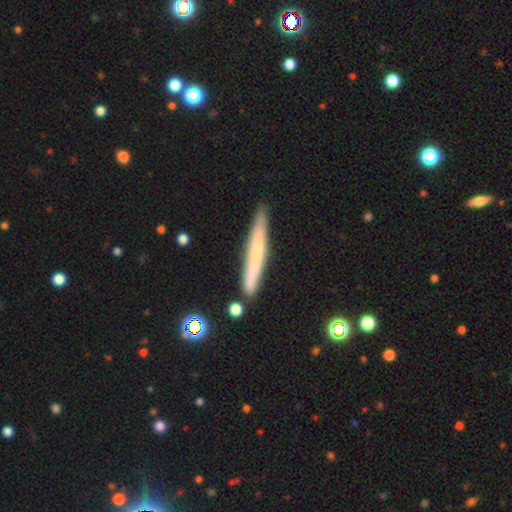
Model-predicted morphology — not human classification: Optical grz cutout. It shows a smooth galaxy with no disk features (52%) that is cigar-shaped (96%). Merging: none (83%).